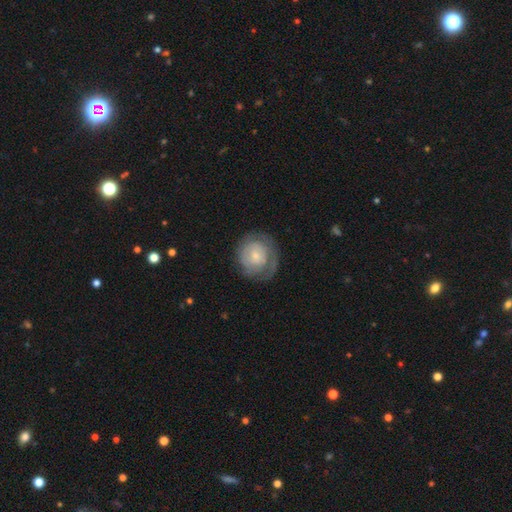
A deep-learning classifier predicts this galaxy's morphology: featured or disk 50%, smooth 44%, star or artifact 7%. Down the decision tree: merging — none (66%).